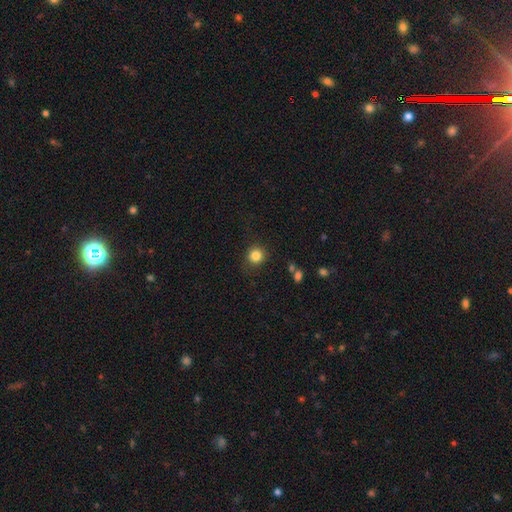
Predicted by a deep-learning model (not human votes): Smooth or featured: smooth — 84% (star or artifact — 11%)
How rounded: round — 91% (in between — 8%)
Merging: none — 84% (minor disturbance — 11%)